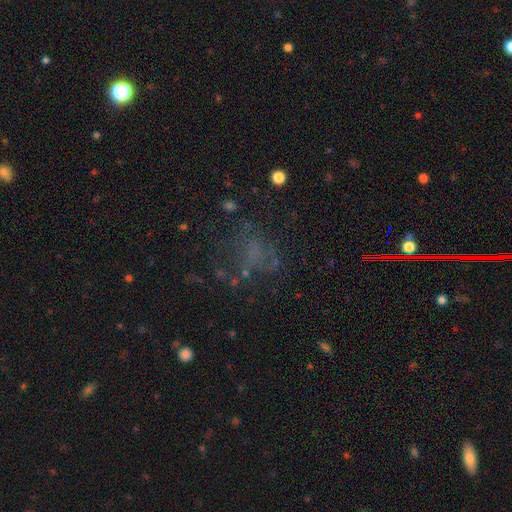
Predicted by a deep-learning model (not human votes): A star or artifact, not a galaxy (48%).